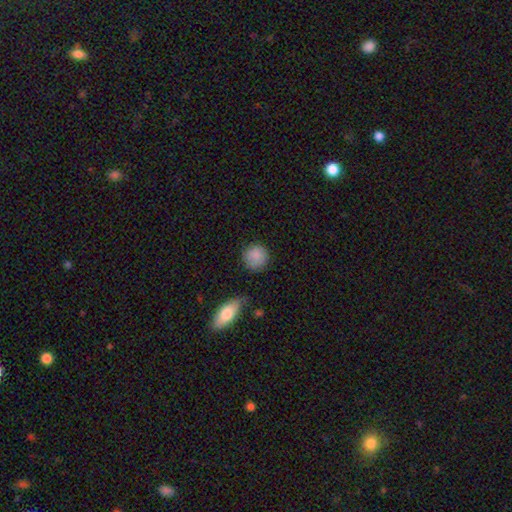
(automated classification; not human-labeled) The model was most divided on "merging": none: 79%, minor disturbance: 14%, major disturbance: 4%, merger: 3%. More confident: how rounded — round (90%); smooth or featured — smooth (87%).